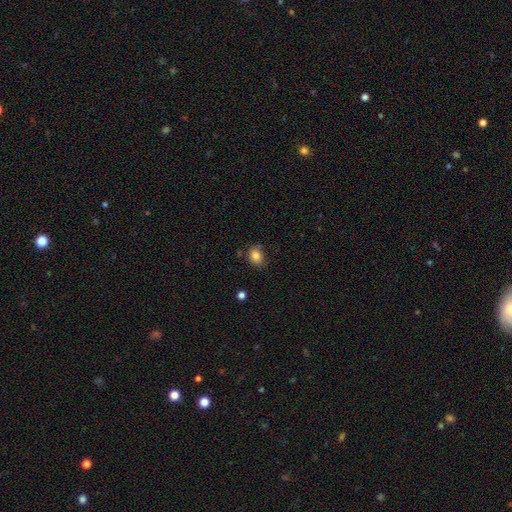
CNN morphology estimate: A smooth galaxy with no disk features (84%) that is in between round and cigar-shaped (64%).

Vote fractions:
- Smooth or featured? smooth: 84% / star or artifact: 10% / featured or disk: 6%
- How rounded? in between: 64% / round: 35% / cigar-shaped: 1%
- Merging? none: 73% / minor disturbance: 19% / major disturbance: 4% / merger: 4%